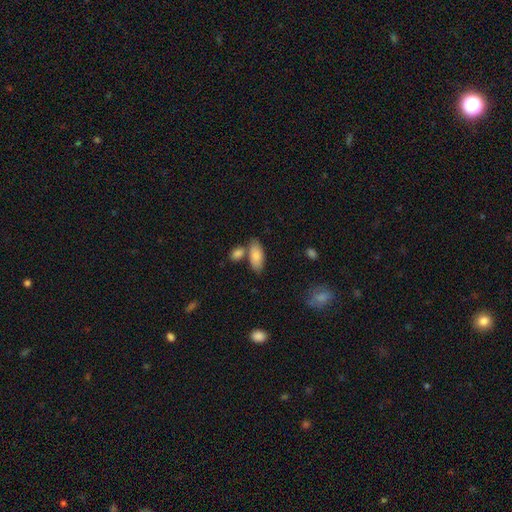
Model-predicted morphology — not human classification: Smooth or featured? smooth (84%)
How rounded? in between (86%)
Merging? none (62%)